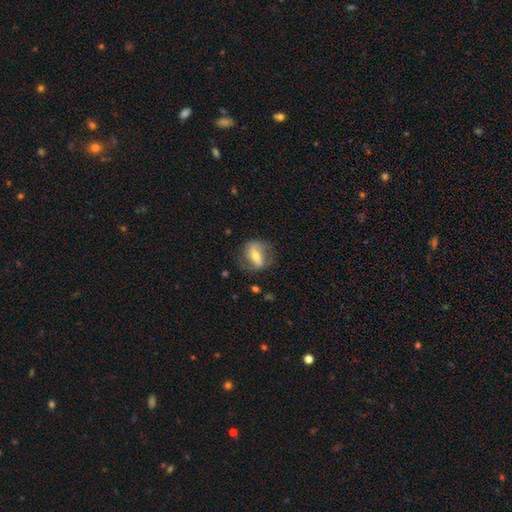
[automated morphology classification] Smooth or featured?
  - featured or disk: 56% *
  - smooth: 37%
  - star or artifact: 7%
Edge-on disk?
  - no: 89% *
  - yes: 11%
Bar?
  - strong: 52% *
  - weak: 29%
  - no: 19%
Spiral arms?
  - yes: 62% *
  - no: 38%
Bulge size?
  - moderate: 59% *
  - small: 30%
  - large: 7%
  - none: 2%
  - dominant: 1%
Merging?
  - none: 68% *
  - minor disturbance: 20%
  - major disturbance: 11%
  - merger: 2%